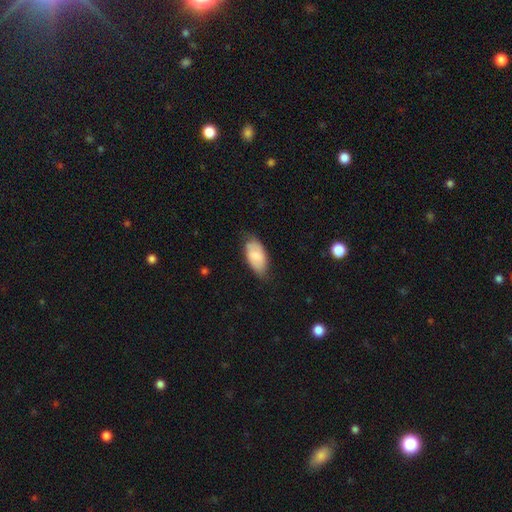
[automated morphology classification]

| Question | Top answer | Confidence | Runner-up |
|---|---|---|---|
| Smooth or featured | smooth | 77% | featured or disk (17%) |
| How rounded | in between | 94% | cigar-shaped (4%) |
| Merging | none | 66% | minor disturbance (27%) |